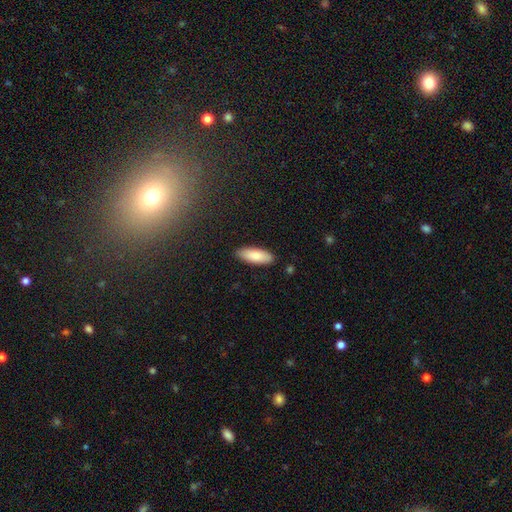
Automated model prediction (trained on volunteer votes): Smooth or featured? Predicted: smooth (p=0.83). How rounded? Predicted: in between (p=0.72). Merging? Predicted: none (p=0.88).